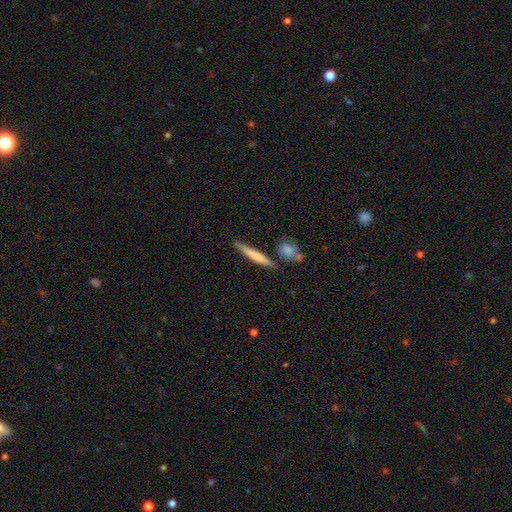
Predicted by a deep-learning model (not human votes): Smooth or featured?
  - smooth: 69% *
  - featured or disk: 26%
  - star or artifact: 5%
How rounded?
  - cigar-shaped: 93% *
  - in between: 5%
  - round: 2%
Merging?
  - none: 78% *
  - minor disturbance: 13%
  - merger: 7%
  - major disturbance: 3%